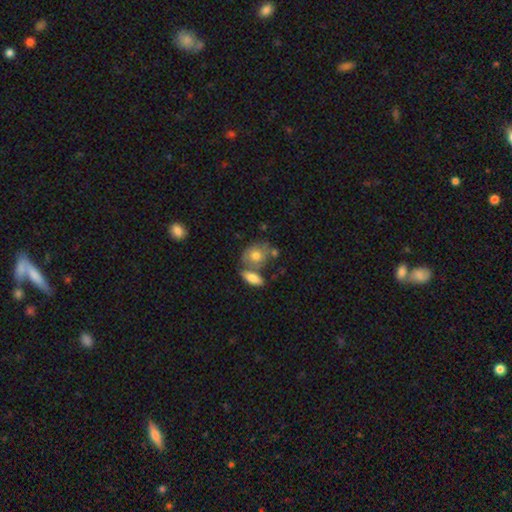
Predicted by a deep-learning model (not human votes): Smooth or featured?
  - smooth: 71% *
  - featured or disk: 21%
  - star or artifact: 7%
How rounded?
  - in between: 59% *
  - round: 38%
  - cigar-shaped: 3%
Merging?
  - none: 47% *
  - merger: 32%
  - minor disturbance: 15%
  - major disturbance: 6%